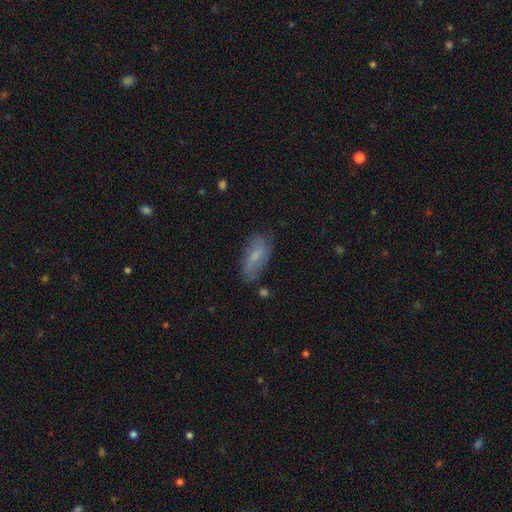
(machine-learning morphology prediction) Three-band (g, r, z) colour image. It shows a smooth galaxy with no disk features (54%) that is in between round and cigar-shaped (79%). Merging: none (67%).